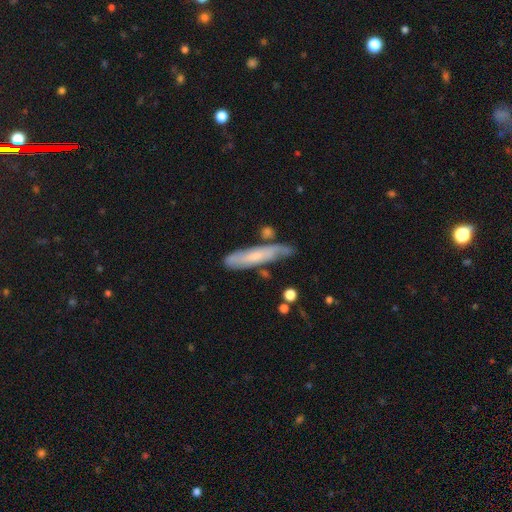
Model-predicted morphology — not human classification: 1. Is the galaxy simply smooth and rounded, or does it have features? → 48% smooth, 44% featured or disk, 7% star or artifact.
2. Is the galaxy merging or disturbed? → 59% none, 25% minor disturbance, 9% merger, 7% major disturbance.